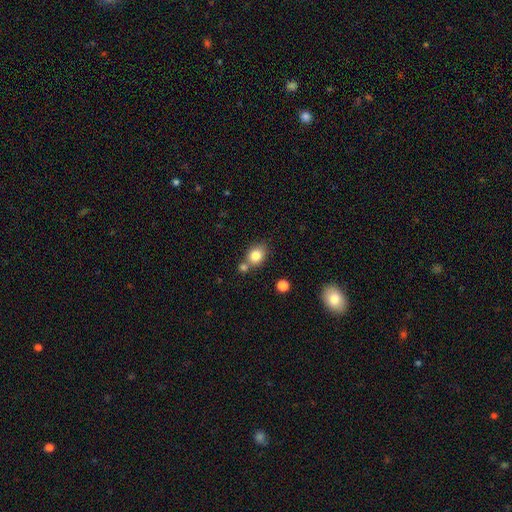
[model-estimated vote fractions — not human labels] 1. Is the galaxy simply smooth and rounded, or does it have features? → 82% smooth, 10% star or artifact, 9% featured or disk.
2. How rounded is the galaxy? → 54% in between, 45% round, 1% cigar-shaped.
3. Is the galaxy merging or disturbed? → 58% none, 25% merger, 13% minor disturbance, 4% major disturbance.